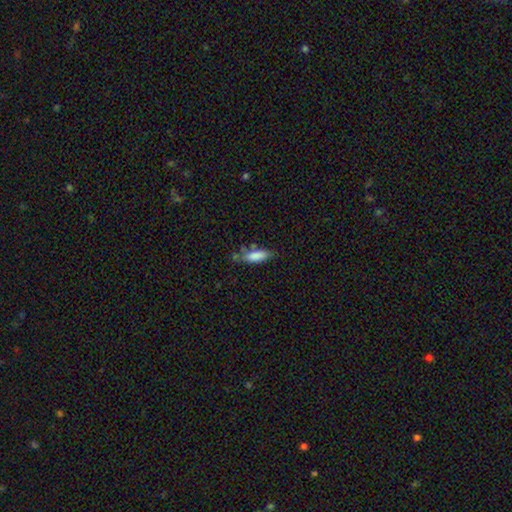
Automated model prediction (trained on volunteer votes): Smooth or featured? smooth (83%)
How rounded? in between (61%)
Merging? none (56%)